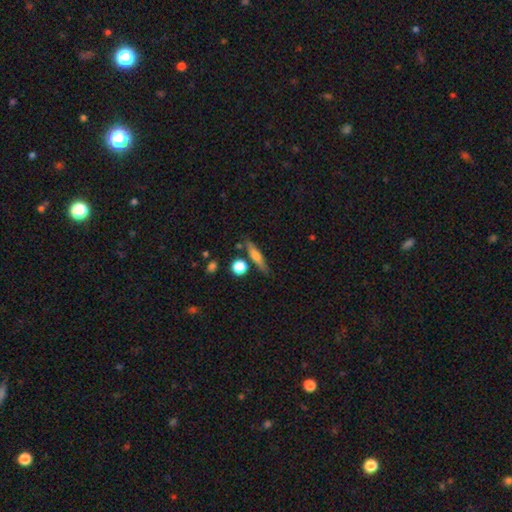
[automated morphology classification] type=smooth (57%); roundness=cigar-shaped (77%); merging=none (76%).